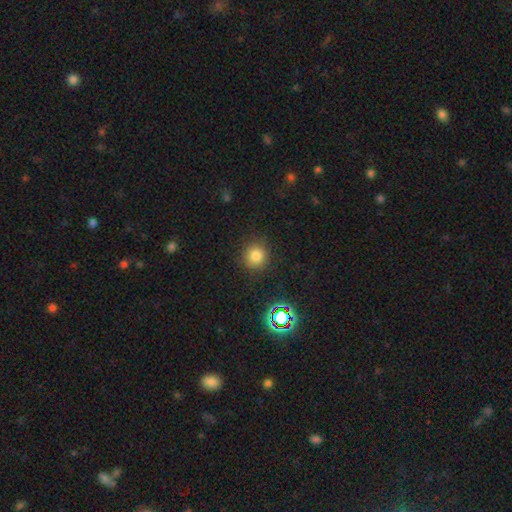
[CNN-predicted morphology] smooth-or-featured: smooth: 78% | star or artifact: 16% | featured or disk: 6%
  how-rounded: round: 90% | in between: 9% | cigar-shaped: 1%
  merging: none: 86% | minor disturbance: 9% | major disturbance: 3% | merger: 2%